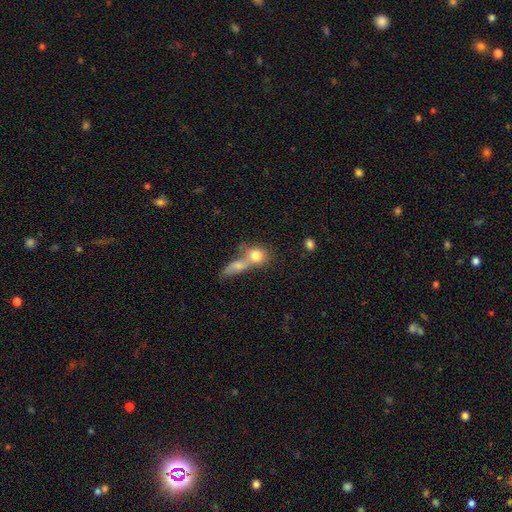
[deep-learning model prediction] smooth_or_featured: smooth (p=0.77) [alt: featured or disk p=0.14]
how_rounded: round (p=0.68) [alt: in between p=0.28]
merging: merger (p=0.53) [alt: none p=0.33]